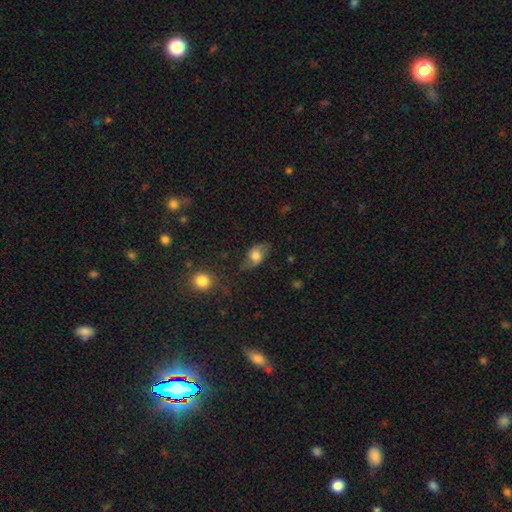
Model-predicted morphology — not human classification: Smooth or featured: smooth — 49% (featured or disk — 41%)
Merging: none — 67% (minor disturbance — 21%)